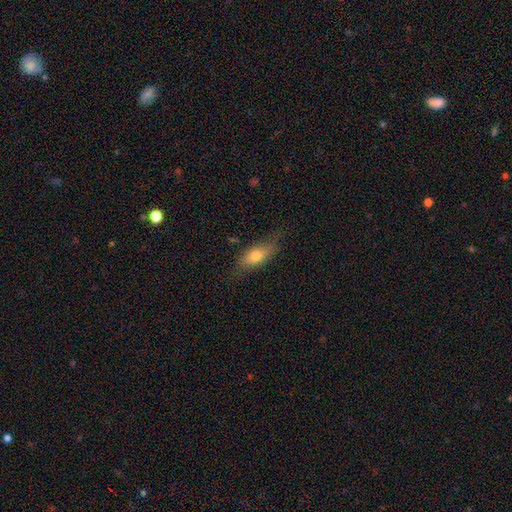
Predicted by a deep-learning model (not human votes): A smooth galaxy with no disk features (68%) that is in between round and cigar-shaped (73%).

Vote fractions:
- Smooth or featured? smooth: 68% / featured or disk: 24% / star or artifact: 8%
- How rounded? in between: 73% / cigar-shaped: 22% / round: 5%
- Merging? none: 70% / minor disturbance: 22% / major disturbance: 7% / merger: 2%